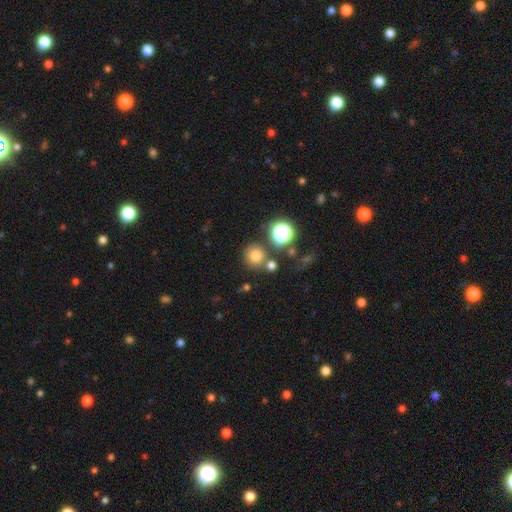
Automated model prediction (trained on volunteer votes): smooth_or_featured: smooth (p=0.73) [alt: star or artifact p=0.18]
how_rounded: round (p=0.91) [alt: in between p=0.08]
merging: none (p=0.73) [alt: merger p=0.13]